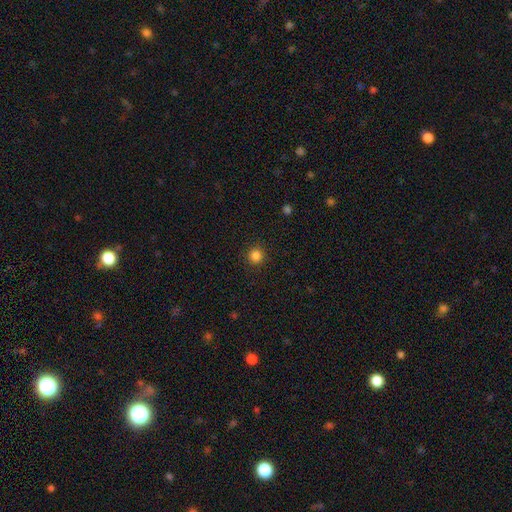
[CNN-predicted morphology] smooth-or-featured: smooth: 85% | star or artifact: 12% | featured or disk: 3%
  how-rounded: round: 94% | in between: 5% | cigar-shaped: 1%
  merging: none: 92% | minor disturbance: 5% | major disturbance: 2% | merger: 1%